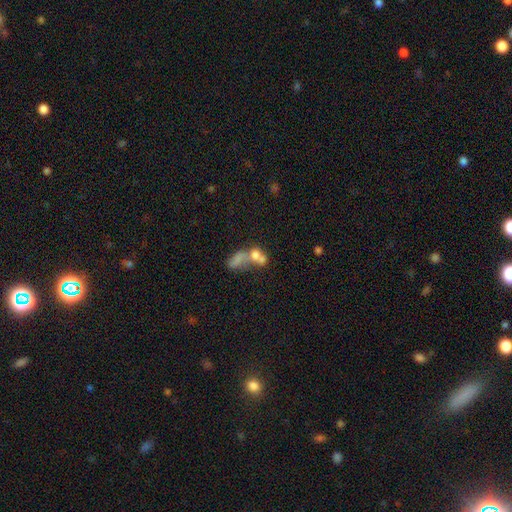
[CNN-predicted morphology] smooth-or-featured: smooth: 58% | featured or disk: 29% | star or artifact: 13%
  how-rounded: in between: 69% | round: 26% | cigar-shaped: 5%
  merging: merger: 68% | none: 14% | major disturbance: 12% | minor disturbance: 7%